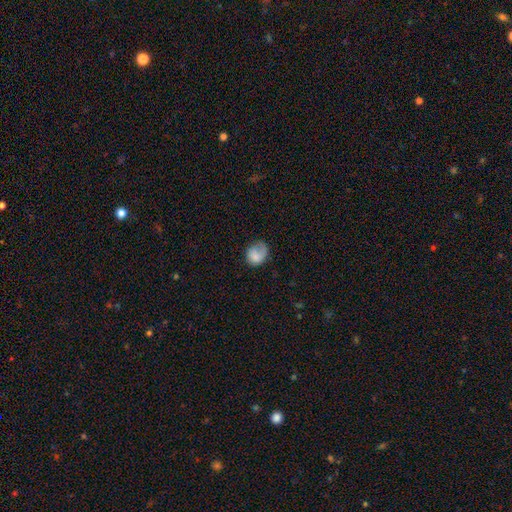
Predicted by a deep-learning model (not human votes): Overall: smooth (75%). How rounded: round (50%; in between 49%). Merging: none (43%; minor disturbance 31%).